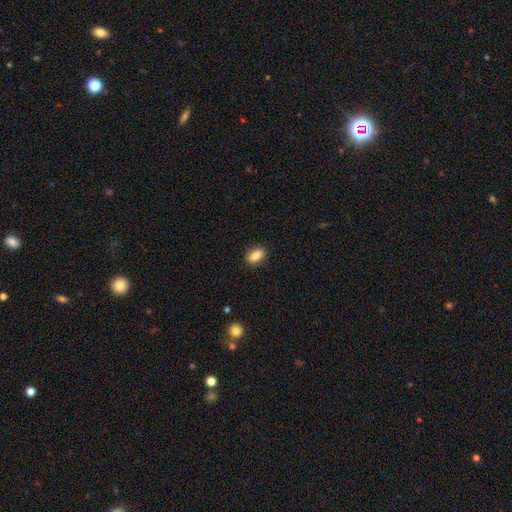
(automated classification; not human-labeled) A smooth galaxy with no disk features (84%) that is in between round and cigar-shaped (84%).

Vote fractions:
- Smooth or featured? smooth: 84% / featured or disk: 8% / star or artifact: 8%
- How rounded? in between: 84% / round: 13% / cigar-shaped: 3%
- Merging? none: 87% / minor disturbance: 10% / major disturbance: 2% / merger: 1%